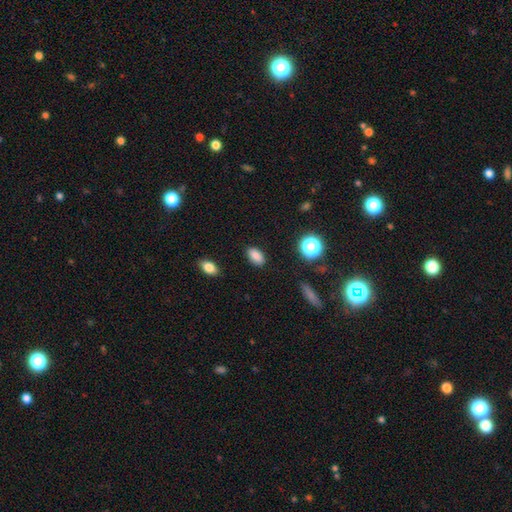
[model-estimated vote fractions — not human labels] Smooth or featured? Predicted: smooth (p=0.85). How rounded? Predicted: in between (p=0.90). Merging? Predicted: none (p=0.87).